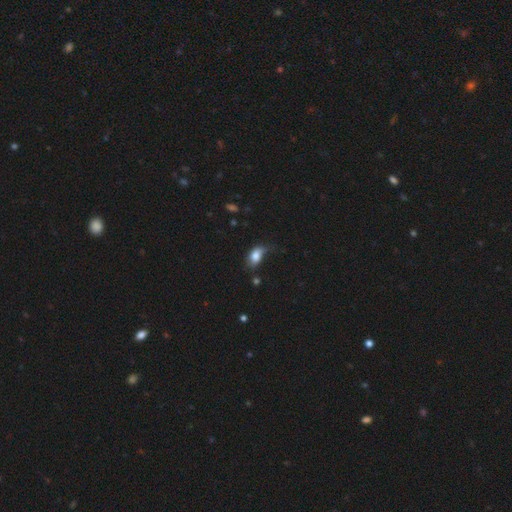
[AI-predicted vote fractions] Smooth or featured?
  - smooth: 79% *
  - featured or disk: 12%
  - star or artifact: 9%
How rounded?
  - in between: 85% *
  - round: 12%
  - cigar-shaped: 3%
Merging?
  - minor disturbance: 37% *
  - none: 36%
  - major disturbance: 22%
  - merger: 5%